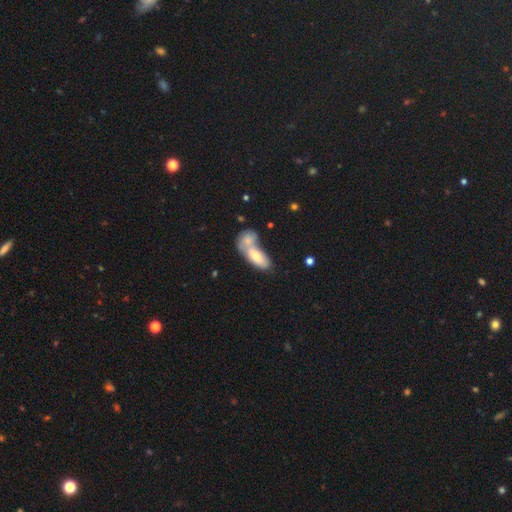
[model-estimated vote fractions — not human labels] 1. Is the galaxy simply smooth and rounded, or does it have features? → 73% smooth, 21% featured or disk, 6% star or artifact.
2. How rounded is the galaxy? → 82% in between, 14% cigar-shaped, 4% round.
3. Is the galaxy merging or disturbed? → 66% merger, 22% none, 8% minor disturbance, 4% major disturbance.